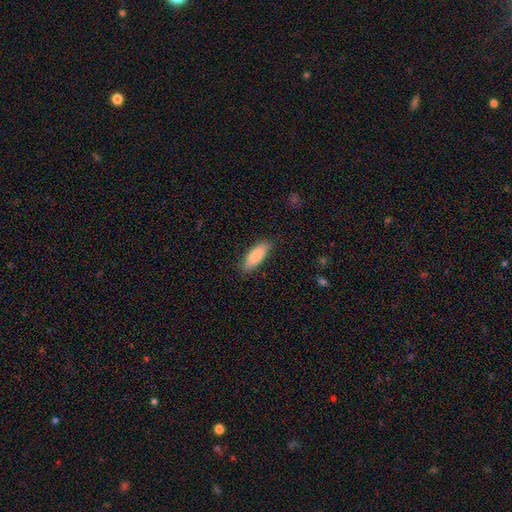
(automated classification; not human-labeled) smooth-or-featured: smooth: 87% | featured or disk: 7% | star or artifact: 6%
  how-rounded: in between: 63% | cigar-shaped: 36% | round: 2%
  merging: none: 84% | minor disturbance: 13% | major disturbance: 2% | merger: 1%